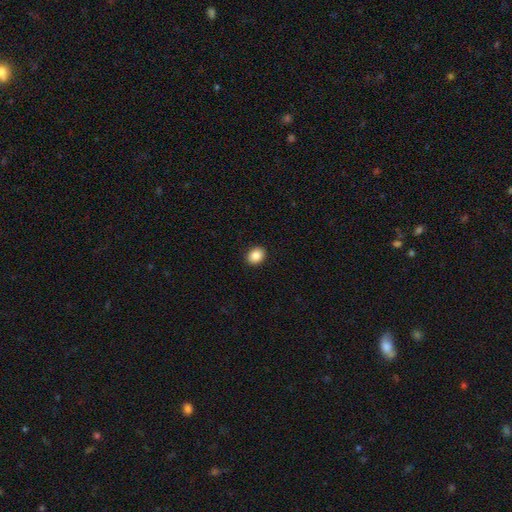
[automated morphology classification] smooth_or_featured: smooth (p=0.87) [alt: star or artifact p=0.09]
how_rounded: in between (p=0.50) [alt: round p=0.49]
merging: none (p=0.92) [alt: minor disturbance p=0.05]